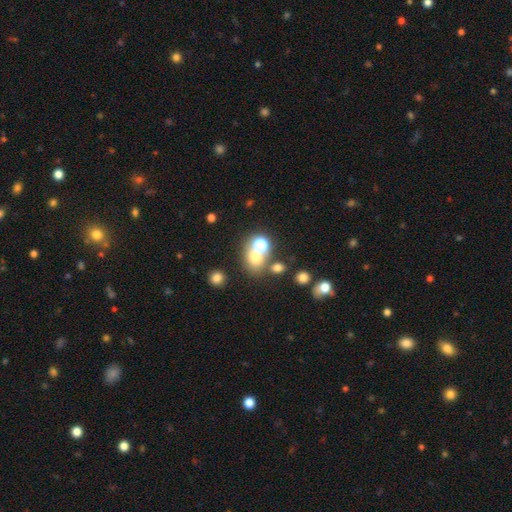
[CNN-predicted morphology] Overall: smooth (65%). How rounded: round (61%; in between 37%). Merging: none (49%; merger 36%).